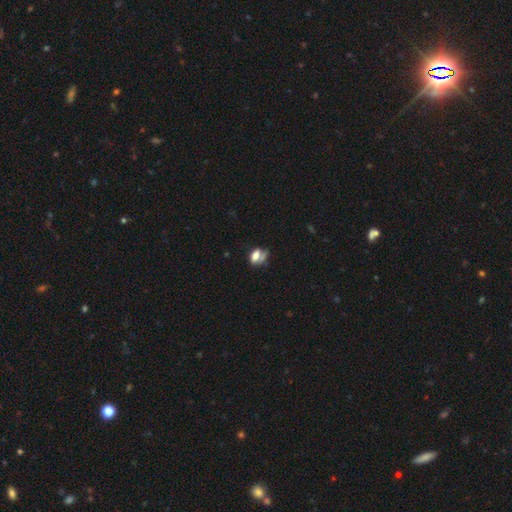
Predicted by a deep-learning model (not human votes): smooth_or_featured: smooth (p=0.62) [alt: featured or disk p=0.20]
how_rounded: in between (p=0.66) [alt: round p=0.27]
merging: none (p=0.47) [alt: minor disturbance p=0.22]